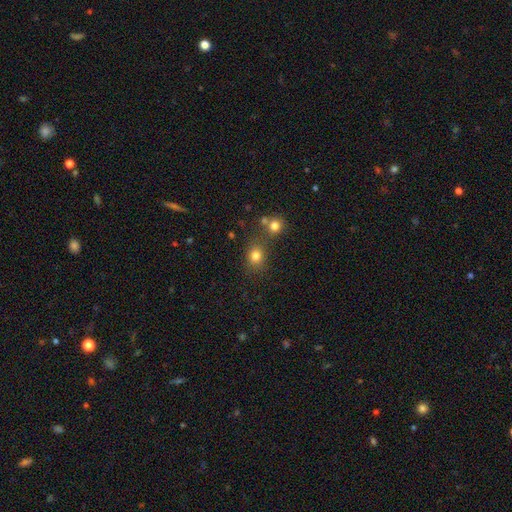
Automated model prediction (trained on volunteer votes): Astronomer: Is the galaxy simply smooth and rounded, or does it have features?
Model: smooth — 79%.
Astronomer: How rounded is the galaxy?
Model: round — 67%.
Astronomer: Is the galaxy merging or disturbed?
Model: none — 68%.